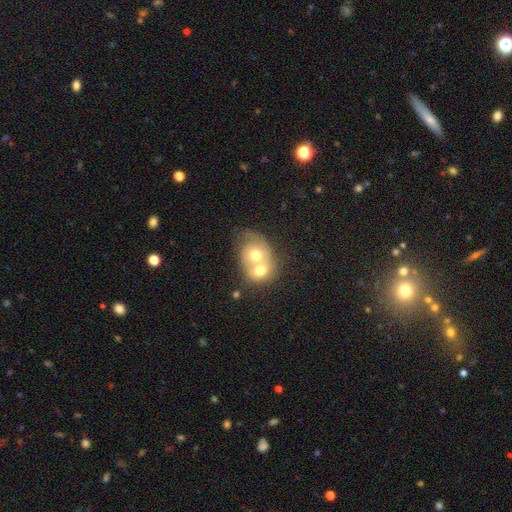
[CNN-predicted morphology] smooth-or-featured: smooth: 56% | featured or disk: 37% | star or artifact: 7%
  how-rounded: round: 53% | in between: 46% | cigar-shaped: 1%
  merging: merger: 79% | none: 12% | minor disturbance: 5% | major disturbance: 4%